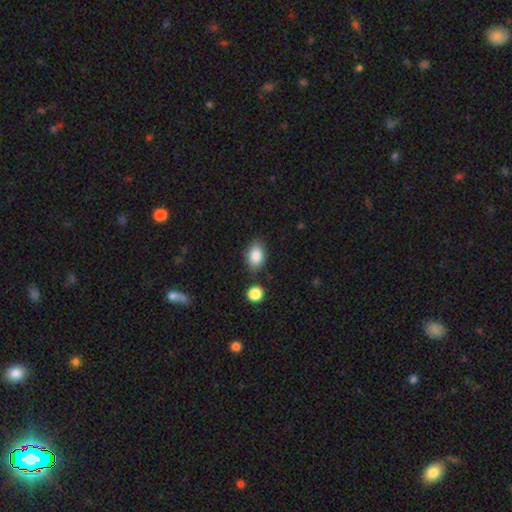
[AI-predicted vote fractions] smooth 86%, star or artifact 8%, featured or disk 6%. Down the decision tree: how rounded — in between (85%); merging — none (77%).